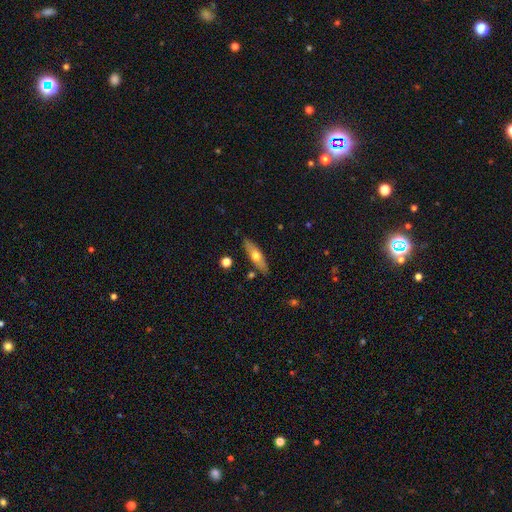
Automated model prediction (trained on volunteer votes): Overall: smooth (51%; featured or disk 43%). How rounded: cigar-shaped (60%; in between 37%). Merging: none (85%).